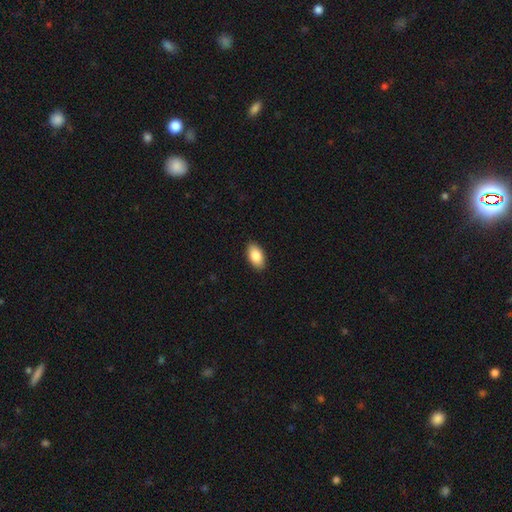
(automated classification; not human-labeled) This appears to be a smooth galaxy with no disk features (87%) that is in between round and cigar-shaped (94%). Merging: none (90%).